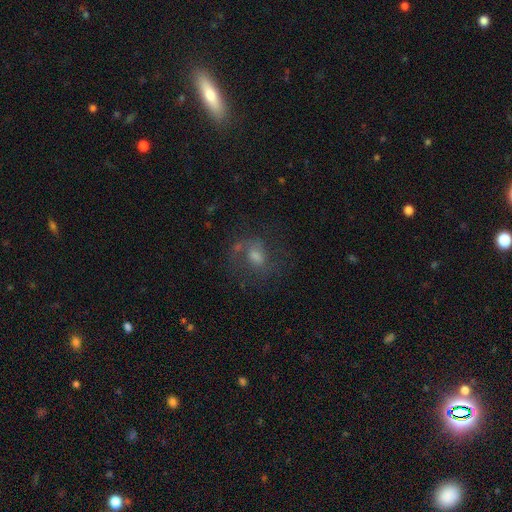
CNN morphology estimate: A featured or disk galaxy (54%) with no bar (52%), spiral arms (78%) and a moderate central bulge (51%). Merging: none (61%).